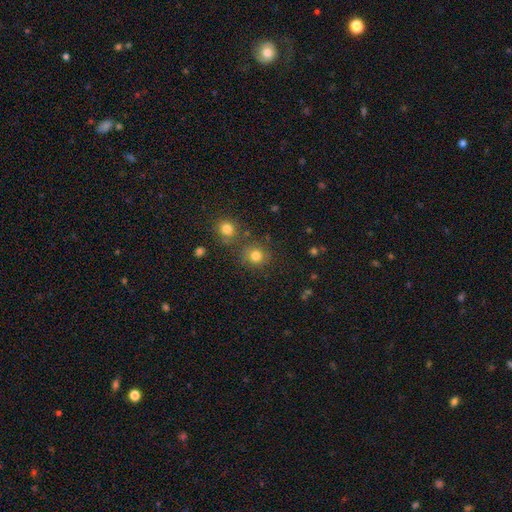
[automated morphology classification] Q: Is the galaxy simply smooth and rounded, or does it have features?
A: smooth — 79%.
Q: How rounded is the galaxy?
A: round — 88%.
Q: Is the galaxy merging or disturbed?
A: none — 75%.